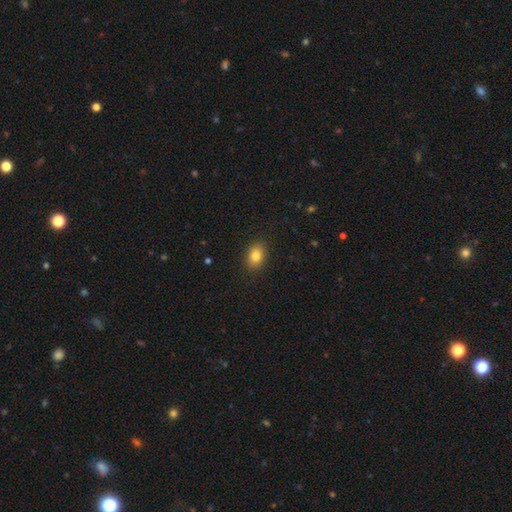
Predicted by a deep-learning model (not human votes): Smooth or featured? smooth (83%)
How rounded? in between (79%)
Merging? none (88%)